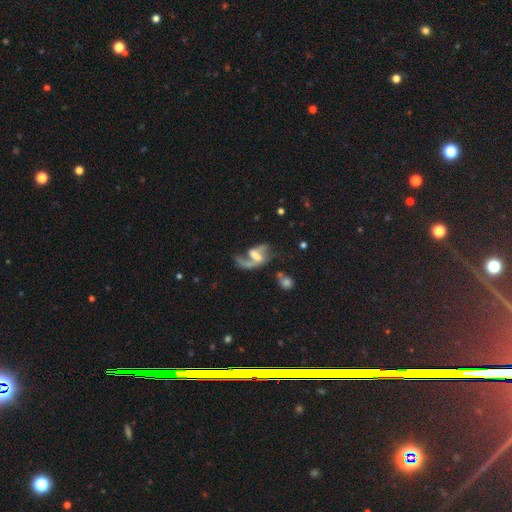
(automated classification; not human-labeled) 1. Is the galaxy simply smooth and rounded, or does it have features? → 75% featured or disk, 15% smooth, 9% star or artifact.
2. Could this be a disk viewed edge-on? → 96% no, 4% yes.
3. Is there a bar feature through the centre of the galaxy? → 42% weak, 35% strong, 24% no.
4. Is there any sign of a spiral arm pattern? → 83% yes, 17% no.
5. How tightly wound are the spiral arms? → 66% loose, 27% medium, 7% tight.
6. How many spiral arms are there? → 58% 2, 34% 1, 5% can't tell, 1% 3, 1% 4, 1% more than 4.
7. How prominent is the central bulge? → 31% none, 29% moderate, 23% small, 14% large, 3% dominant.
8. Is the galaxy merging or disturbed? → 34% major disturbance, 33% none, 18% merger, 15% minor disturbance.